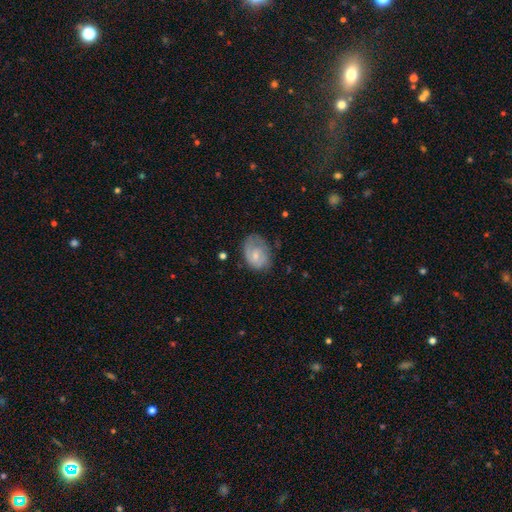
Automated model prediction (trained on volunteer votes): This appears to be a smooth galaxy with no disk features (48%). Merging: none (54%).